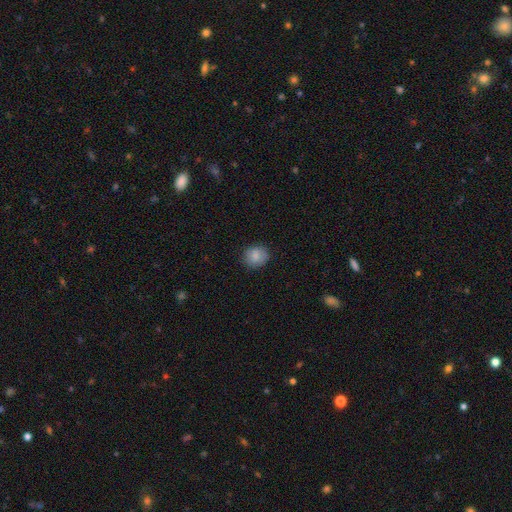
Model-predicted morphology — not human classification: This appears to be a smooth galaxy with no disk features (84%) that is round (74%). Merging: none (84%).